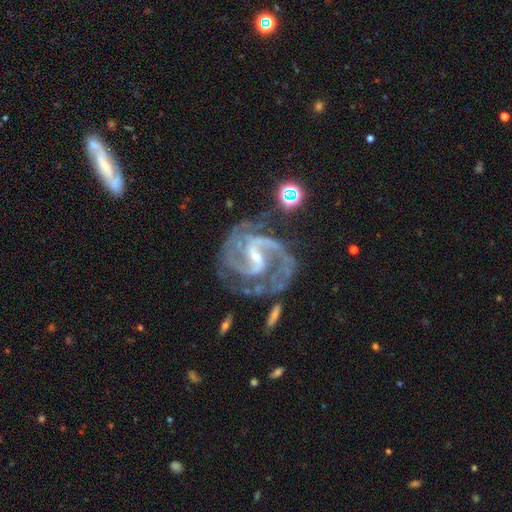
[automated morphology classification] A featured or disk galaxy (92%) with a weak bar (48%), 2 (78%) medium (60%) spiral arms (98%) and a small central bulge (69%).

Vote fractions:
- Smooth or featured? featured or disk: 92% / star or artifact: 5% / smooth: 3%
- Edge-on disk? no: 98% / yes: 2%
- Bar? weak: 48% / strong: 39% / no: 12%
- Spiral arms? yes: 98% / no: 2%
- Spiral winding? medium: 60% / tight: 26% / loose: 14%
- Spiral arm count? 2: 78% / 3: 9% / can't tell: 5% / 1: 3% / 4: 3% / more than 4: 2%
- Bulge size? small: 69% / moderate: 21% / none: 8% / large: 1% / dominant: 1%
- Merging? none: 58% / minor disturbance: 20% / major disturbance: 17% / merger: 6%